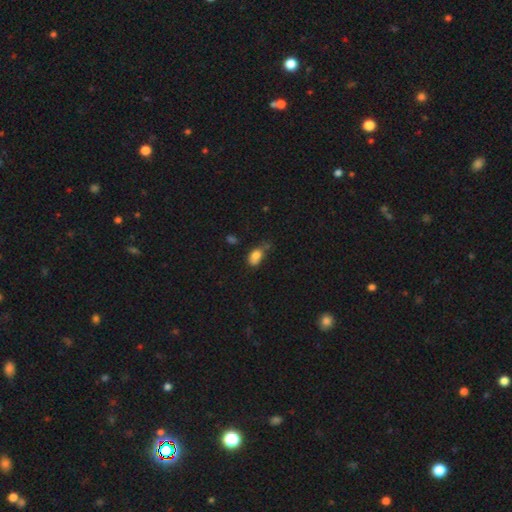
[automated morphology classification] This is likely a smooth galaxy (79%). How rounded: clearly in between (82%). Merging: marginally minor disturbance (40%).